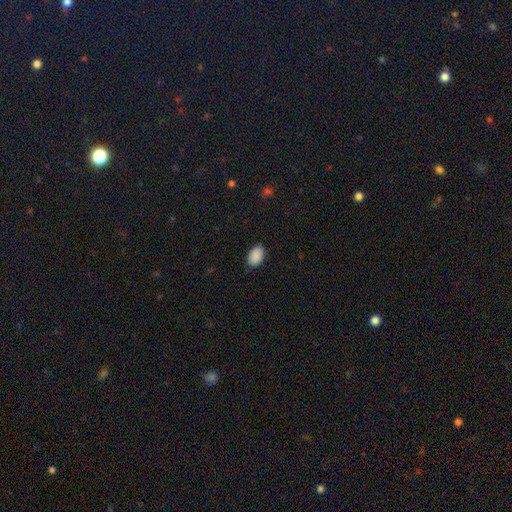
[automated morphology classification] Q: Smooth or featured?
A: smooth (90%); runner-up: star or artifact (7%)
Q: How rounded?
A: in between (87%); runner-up: round (12%)
Q: Merging?
A: none (83%); runner-up: minor disturbance (14%)